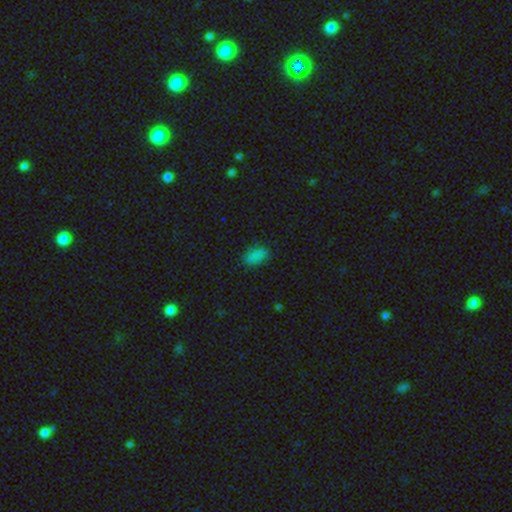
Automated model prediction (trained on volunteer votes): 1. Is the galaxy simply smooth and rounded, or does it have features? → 82% smooth, 14% star or artifact, 4% featured or disk.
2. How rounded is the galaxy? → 91% in between, 6% round, 3% cigar-shaped.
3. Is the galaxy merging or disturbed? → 82% none, 13% minor disturbance, 3% major disturbance, 1% merger.